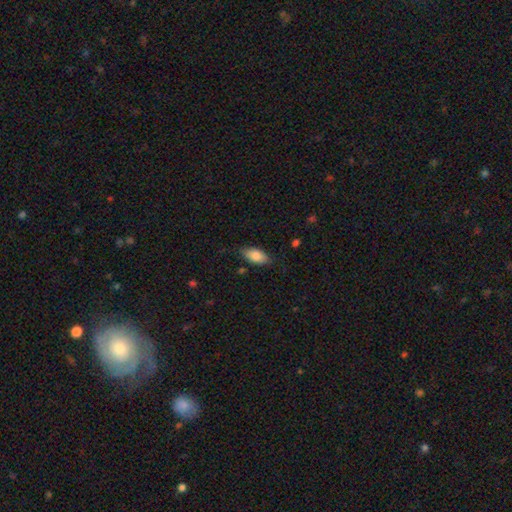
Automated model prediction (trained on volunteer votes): Q: Smooth or featured?
A: smooth (84%); runner-up: featured or disk (9%)
Q: How rounded?
A: in between (89%); runner-up: cigar-shaped (8%)
Q: Merging?
A: none (80%); runner-up: minor disturbance (15%)